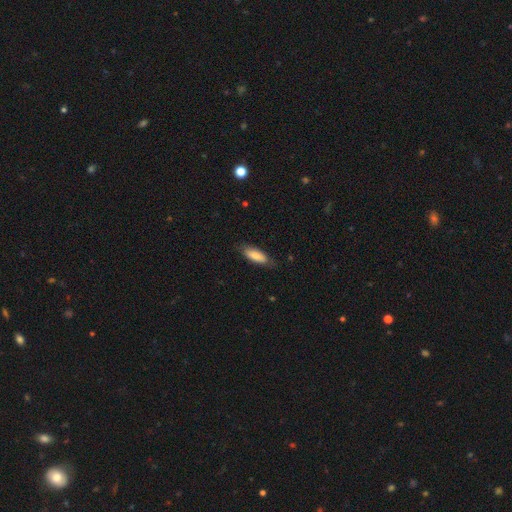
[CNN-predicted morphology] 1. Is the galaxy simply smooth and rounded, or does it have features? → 79% smooth, 15% featured or disk, 6% star or artifact.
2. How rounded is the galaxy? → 63% in between, 35% cigar-shaped, 2% round.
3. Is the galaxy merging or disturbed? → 77% none, 18% minor disturbance, 4% major disturbance, 1% merger.